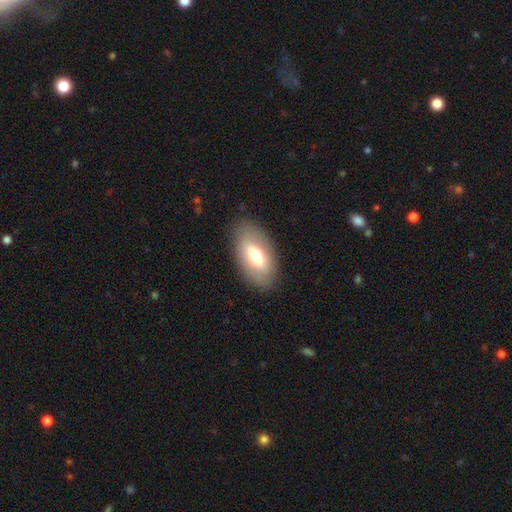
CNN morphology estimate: smooth 62%, featured or disk 31%, star or artifact 7%. Down the decision tree: how rounded — in between (92%); merging — none (84%).